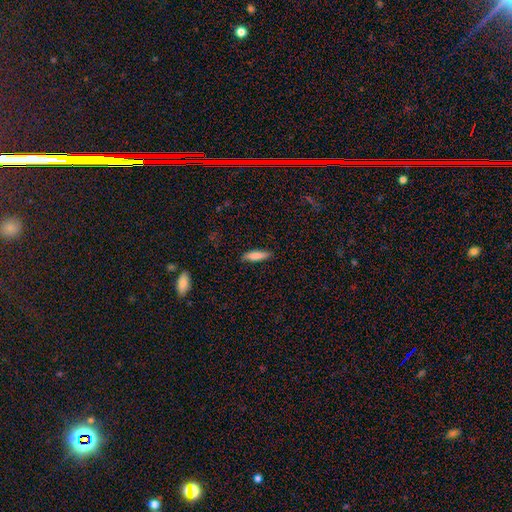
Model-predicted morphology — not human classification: smooth 83%, featured or disk 11%, star or artifact 6%. Down the decision tree: how rounded — cigar-shaped (68%); merging — none (85%).